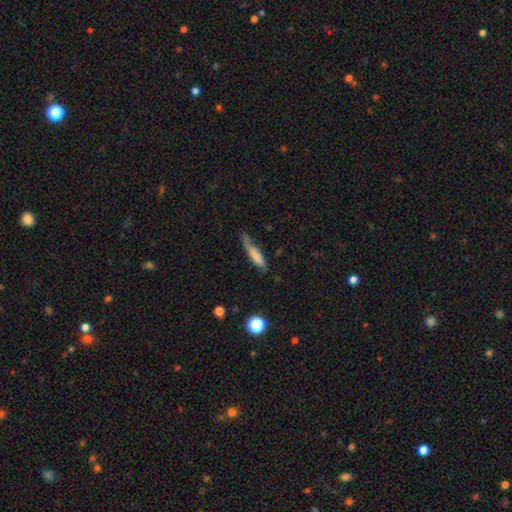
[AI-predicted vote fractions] Overall: smooth (72%). How rounded: cigar-shaped (80%). Merging: none (44%; minor disturbance 35%).